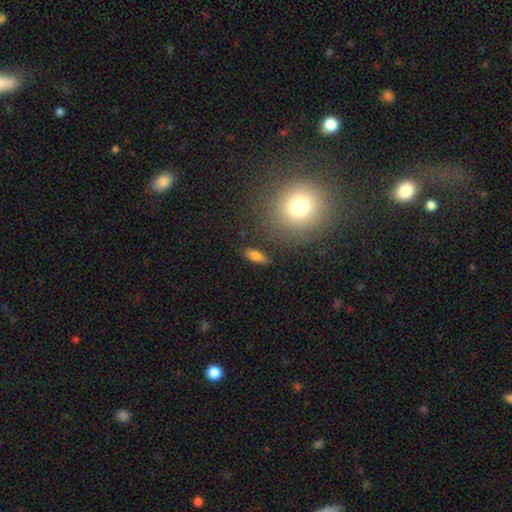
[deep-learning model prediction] This appears to be a smooth galaxy with no disk features (79%) that is in between round and cigar-shaped (75%). Merging: none (86%).